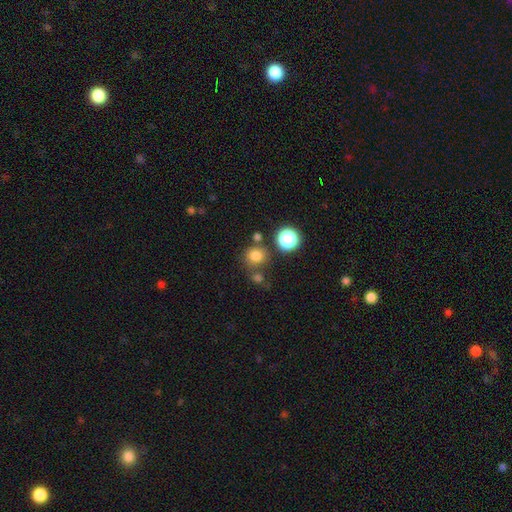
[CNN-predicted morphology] Overall: smooth (77%). How rounded: round (87%). Merging: none (70%).